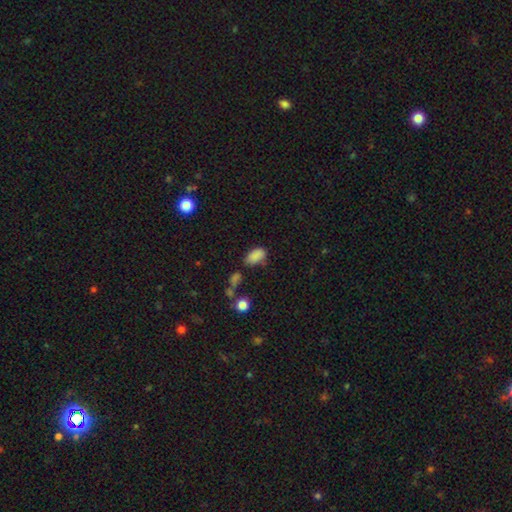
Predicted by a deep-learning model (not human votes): smooth-or-featured: smooth: 84% | star or artifact: 11% | featured or disk: 5%
  how-rounded: in between: 92% | round: 5% | cigar-shaped: 3%
  merging: none: 62% | minor disturbance: 23% | merger: 8% | major disturbance: 7%